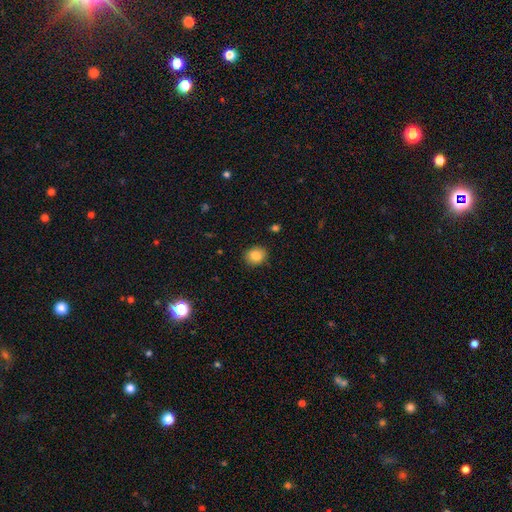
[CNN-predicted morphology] Smooth or featured? smooth (85%)
How rounded? round (66%)
Merging? none (89%)